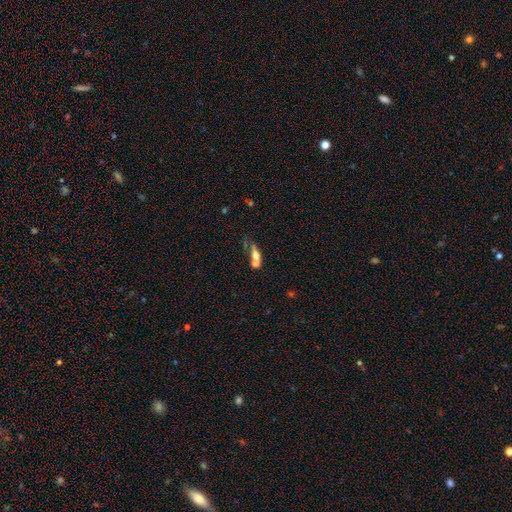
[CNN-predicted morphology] Smooth or featured? smooth (54%)
How rounded? in between (53%)
Merging? merger (49%)